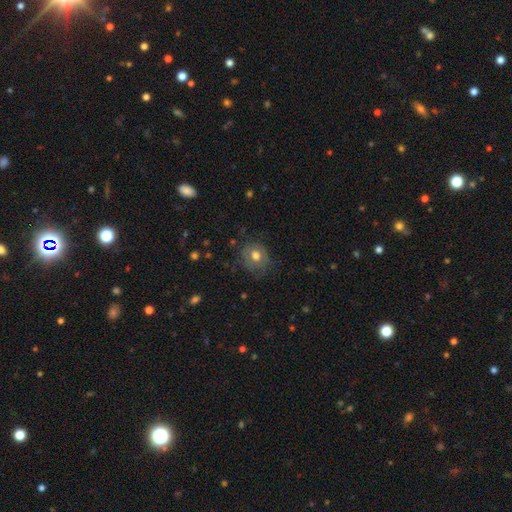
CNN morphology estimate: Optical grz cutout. It shows a smooth galaxy with no disk features (64%) that is round (76%). Merging: none (71%).